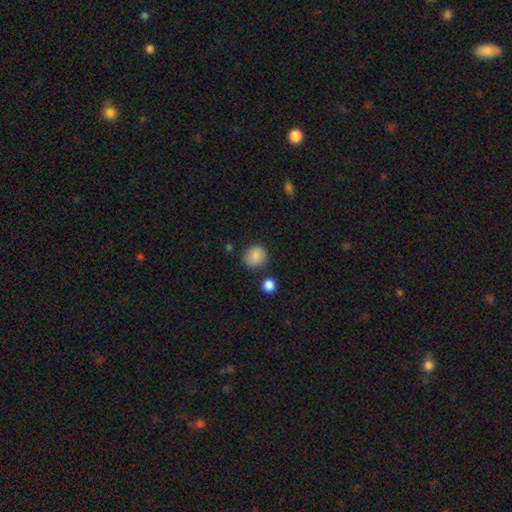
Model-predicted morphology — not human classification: A smooth galaxy with no disk features (87%) that is round (86%).

Vote fractions:
- Smooth or featured? smooth: 87% / star or artifact: 8% / featured or disk: 5%
- How rounded? round: 86% / in between: 13% / cigar-shaped: 1%
- Merging? none: 80% / minor disturbance: 12% / merger: 4% / major disturbance: 3%